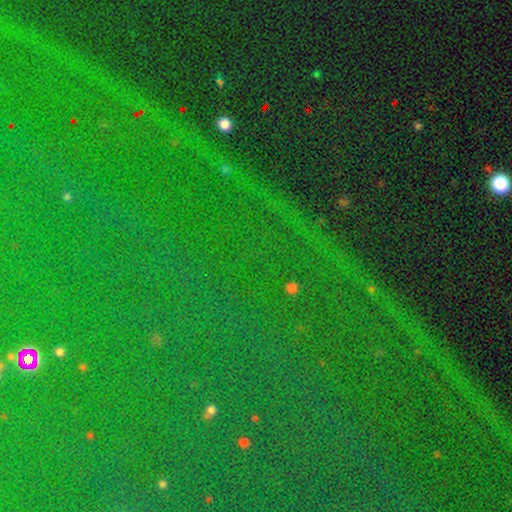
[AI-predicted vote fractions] smooth-or-featured: star or artifact: 87% | featured or disk: 6% | smooth: 6%